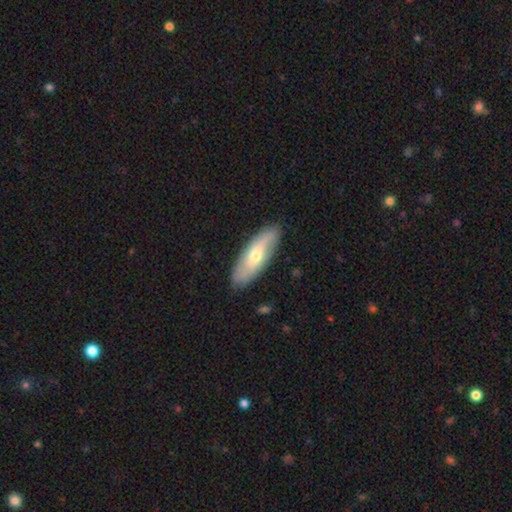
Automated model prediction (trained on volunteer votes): This appears to be a smooth galaxy with no disk features (49%). Merging: none (86%).